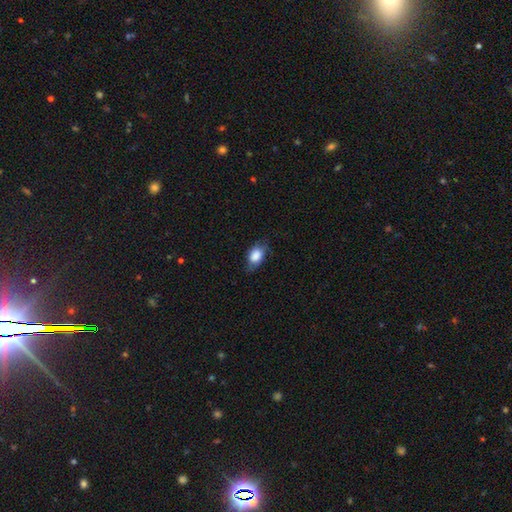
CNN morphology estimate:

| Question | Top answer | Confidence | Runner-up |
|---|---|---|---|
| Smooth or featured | smooth | 74% | featured or disk (18%) |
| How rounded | in between | 83% | round (14%) |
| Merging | none | 65% | minor disturbance (25%) |